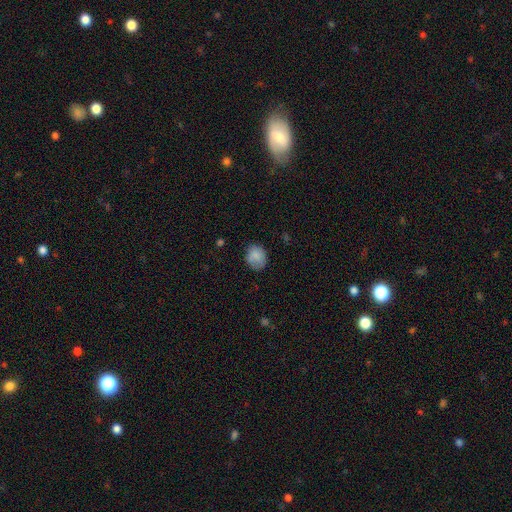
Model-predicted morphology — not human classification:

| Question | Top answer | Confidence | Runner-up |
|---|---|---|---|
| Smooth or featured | smooth | 83% | featured or disk (9%) |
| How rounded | round | 54% | in between (45%) |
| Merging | none | 71% | minor disturbance (22%) |